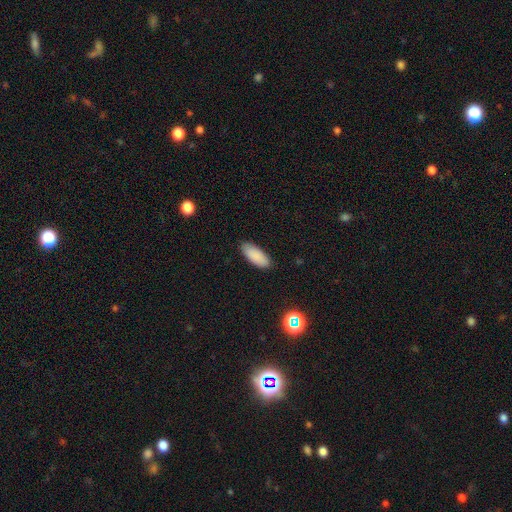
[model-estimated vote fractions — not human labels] A smooth galaxy with no disk features (89%) that is in between round and cigar-shaped (82%). Merging: none (87%).